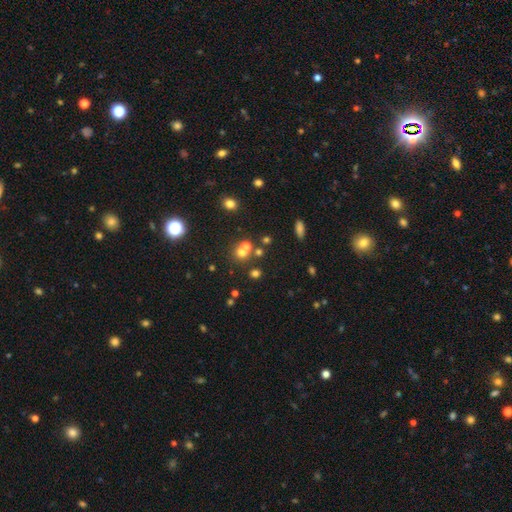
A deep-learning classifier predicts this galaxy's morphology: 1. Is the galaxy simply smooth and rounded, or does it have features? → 46% smooth, 41% star or artifact, 13% featured or disk.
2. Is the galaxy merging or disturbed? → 58% none, 30% merger, 8% minor disturbance, 4% major disturbance.